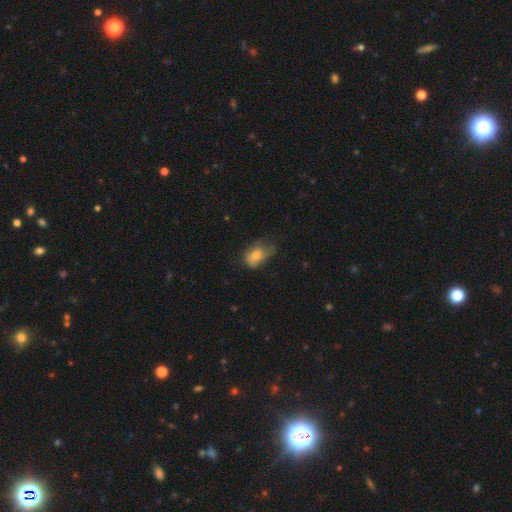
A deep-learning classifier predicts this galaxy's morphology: smooth-or-featured: smooth: 71% | featured or disk: 20% | star or artifact: 10%
  how-rounded: in between: 83% | round: 15% | cigar-shaped: 2%
  merging: major disturbance: 36% | minor disturbance: 35% | none: 26% | merger: 3%